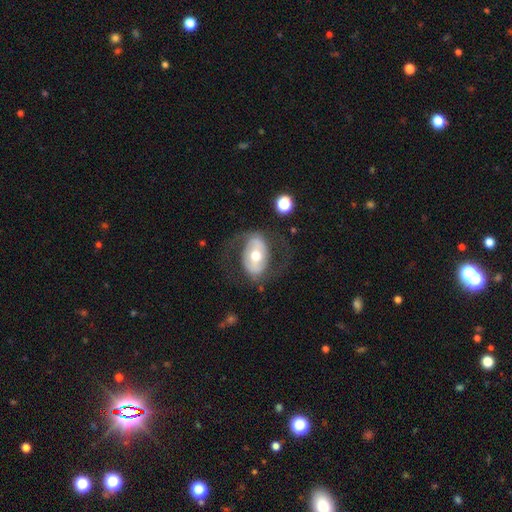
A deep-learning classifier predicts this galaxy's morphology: Smooth or featured? Predicted: featured or disk (p=0.71). Edge-on disk? Predicted: no (p=0.95). Bar? Predicted: no (p=0.35). Spiral arms? Predicted: yes (p=0.68). Bulge size? Predicted: moderate (p=0.73). Merging? Predicted: none (p=0.66).